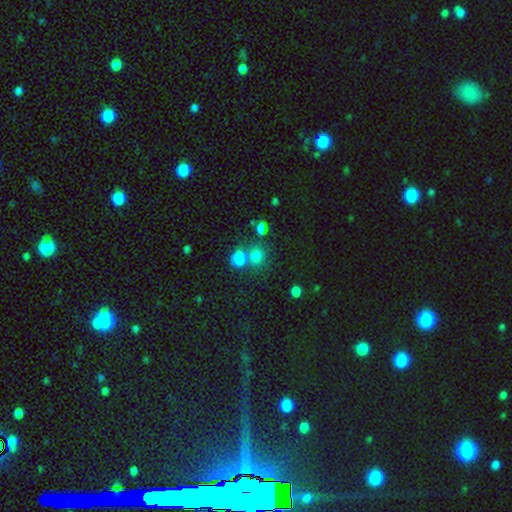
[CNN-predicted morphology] A smooth galaxy with no disk features (74%) that is round (75%).

Vote fractions:
- Smooth or featured? smooth: 74% / star or artifact: 18% / featured or disk: 8%
- How rounded? round: 75% / in between: 24% / cigar-shaped: 1%
- Merging? none: 56% / merger: 30% / minor disturbance: 9% / major disturbance: 5%